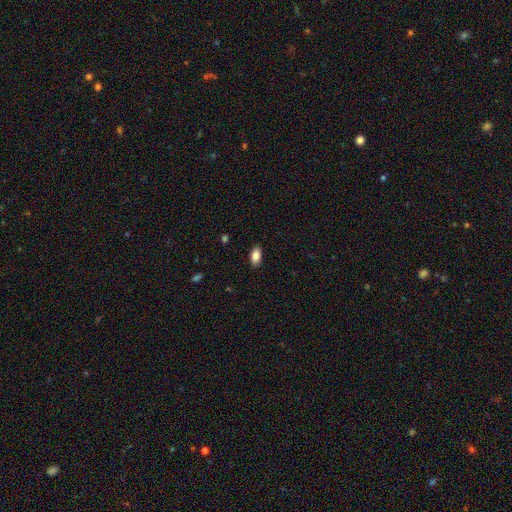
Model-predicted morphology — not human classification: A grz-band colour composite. It shows a smooth galaxy with no disk features (84%) that is in between round and cigar-shaped (91%). Merging: none (89%).